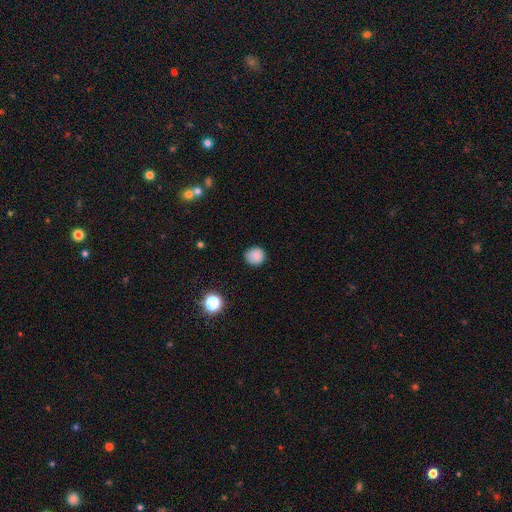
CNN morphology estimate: Smooth or featured?
  - smooth: 81% *
  - star or artifact: 11%
  - featured or disk: 8%
How rounded?
  - round: 88% *
  - in between: 11%
  - cigar-shaped: 1%
Merging?
  - none: 81% *
  - minor disturbance: 15%
  - major disturbance: 3%
  - merger: 1%